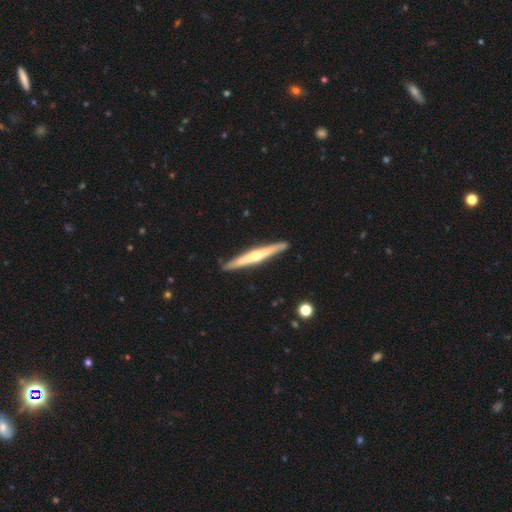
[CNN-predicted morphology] Smooth or featured: featured or disk — 68% (smooth — 27%)
Edge-on disk: yes — 97% (no — 3%)
Edge-on bulge: rounded — 81% (none — 15%)
Merging: none — 89% (minor disturbance — 8%)